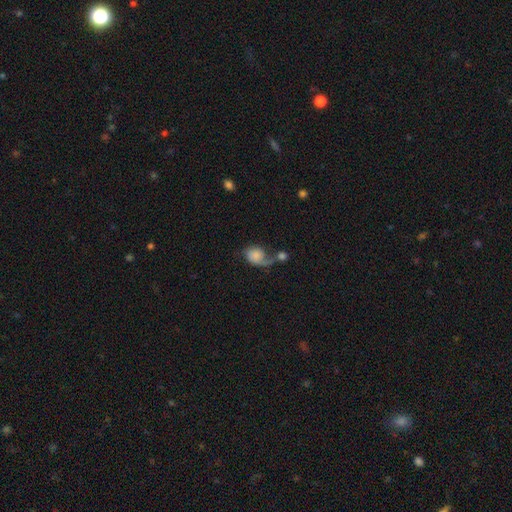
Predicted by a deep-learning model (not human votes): Smooth or featured? smooth (58%)
How rounded? round (51%)
Merging? merger (31%)